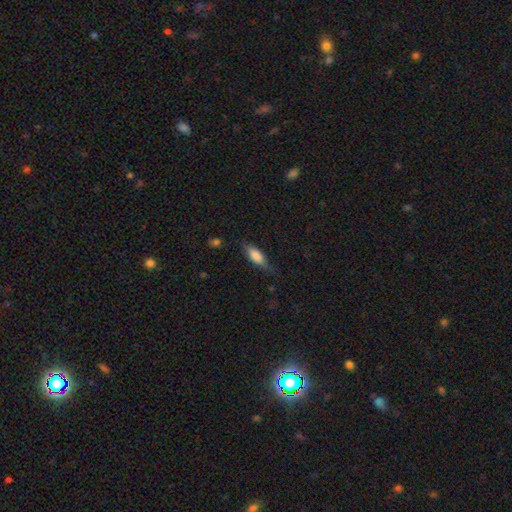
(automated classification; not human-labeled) Smooth or featured?
  - smooth: 75% *
  - featured or disk: 18%
  - star or artifact: 7%
How rounded?
  - in between: 69% *
  - cigar-shaped: 29%
  - round: 3%
Merging?
  - none: 62% *
  - minor disturbance: 28%
  - major disturbance: 8%
  - merger: 2%